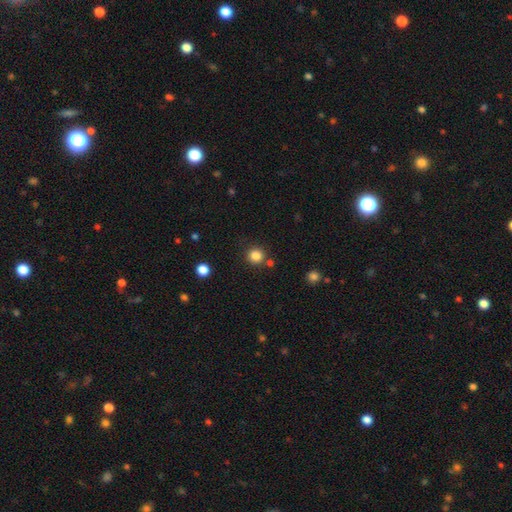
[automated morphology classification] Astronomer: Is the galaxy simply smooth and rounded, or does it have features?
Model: smooth — 84%.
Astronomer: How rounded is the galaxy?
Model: round — 93%.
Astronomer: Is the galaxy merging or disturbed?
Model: none — 81%.